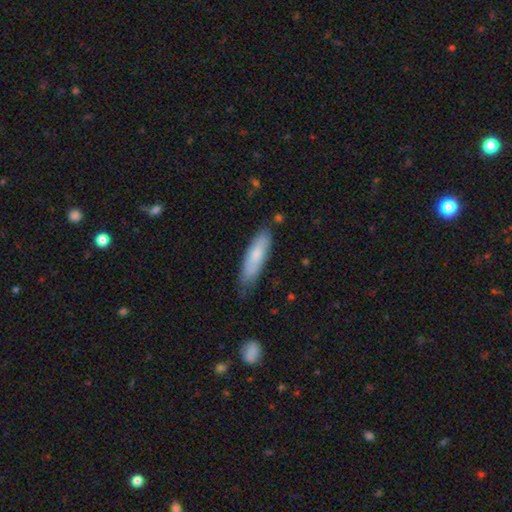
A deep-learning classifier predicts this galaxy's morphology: Smooth or featured?
  - smooth: 72% *
  - featured or disk: 22%
  - star or artifact: 6%
How rounded?
  - cigar-shaped: 63% *
  - in between: 35%
  - round: 1%
Merging?
  - none: 68% *
  - minor disturbance: 25%
  - major disturbance: 5%
  - merger: 2%